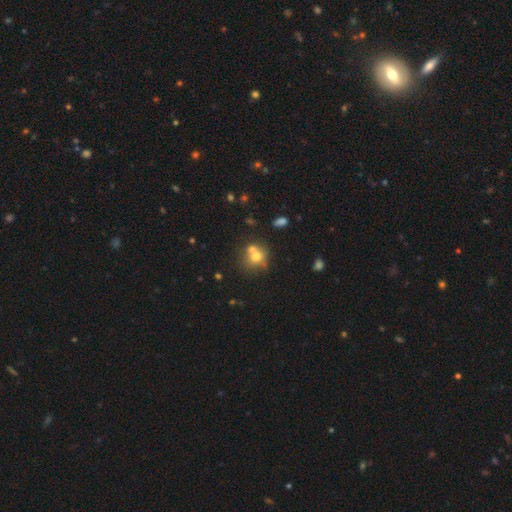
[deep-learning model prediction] Smooth or featured: smooth — 67% (featured or disk — 19%)
How rounded: round — 82% (in between — 17%)
Merging: none — 46% (merger — 40%)